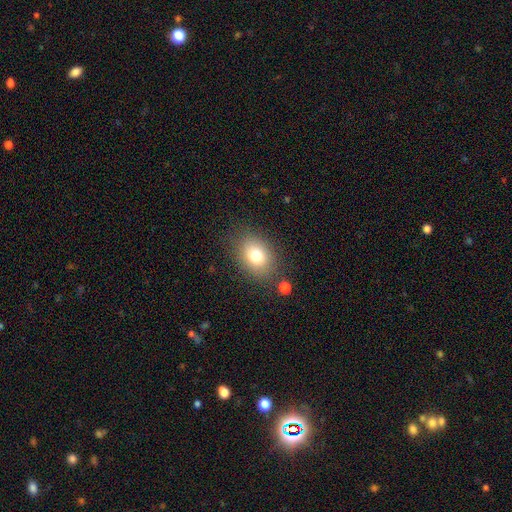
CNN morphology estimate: smooth-or-featured: smooth: 77% | featured or disk: 12% | star or artifact: 11%
  how-rounded: in between: 67% | round: 32% | cigar-shaped: 1%
  merging: none: 80% | minor disturbance: 12% | major disturbance: 4% | merger: 3%